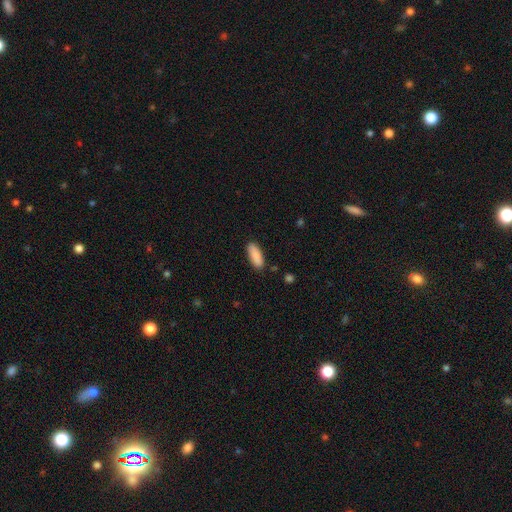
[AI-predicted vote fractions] A smooth galaxy with no disk features (88%) that is in between round and cigar-shaped (71%). Merging: none (87%).